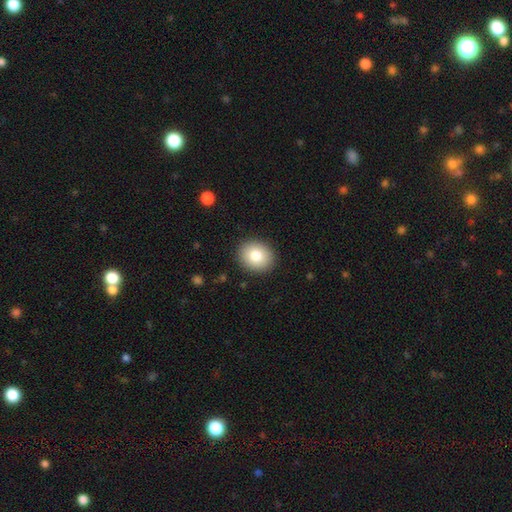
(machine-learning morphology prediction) smooth 81%, featured or disk 10%, star or artifact 9%. Down the decision tree: how rounded — round (64%); merging — none (90%).